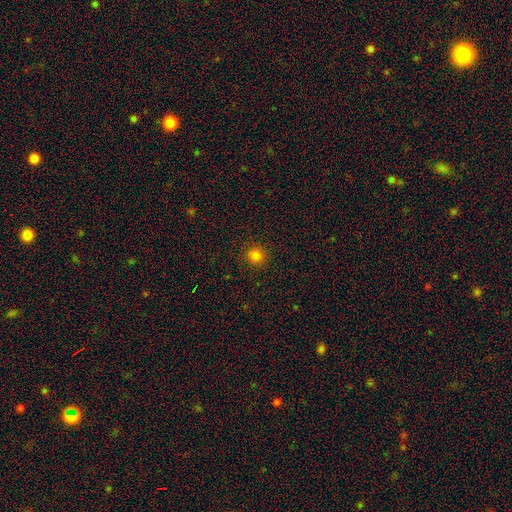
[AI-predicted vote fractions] Morphology: type=smooth (82%); roundness=round (92%); merging=none (91%).